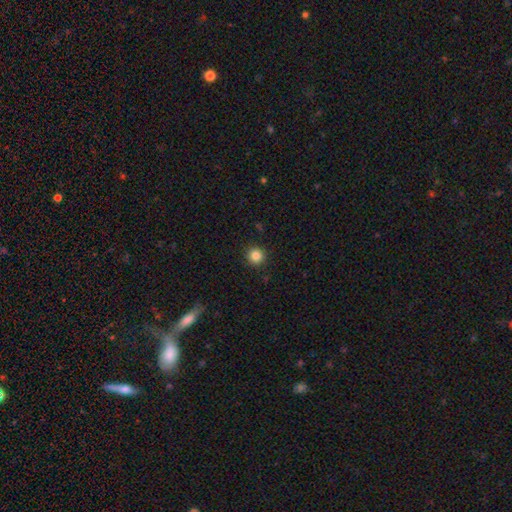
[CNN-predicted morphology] Q: Smooth or featured?
A: smooth (85%); runner-up: star or artifact (11%)
Q: How rounded?
A: round (95%); runner-up: in between (4%)
Q: Merging?
A: none (93%); runner-up: minor disturbance (5%)